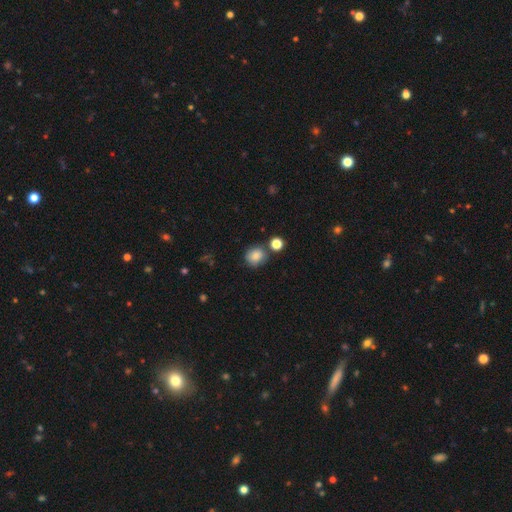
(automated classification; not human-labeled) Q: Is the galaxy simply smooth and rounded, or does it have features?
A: smooth — 83%.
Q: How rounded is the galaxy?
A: round — 82%.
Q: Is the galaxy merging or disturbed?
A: none — 73%.